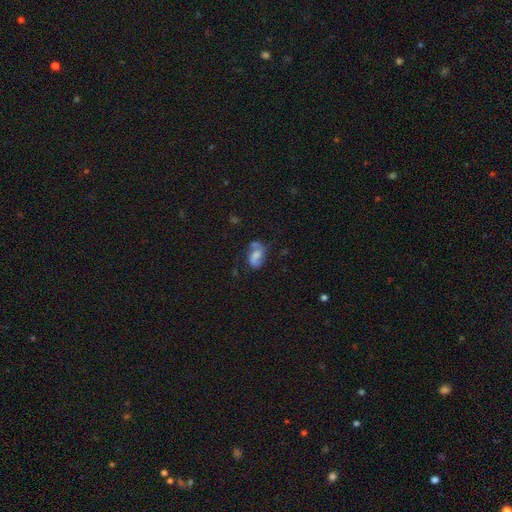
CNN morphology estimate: This is possibly a featured or disk galaxy (56%). It is clearly not viewed edge-on (97%). Bar: possibly no (53%). Spiral arm pattern: clearly yes (82%). Central bulge: marginally moderate (37%). Merging: possibly none (50%).